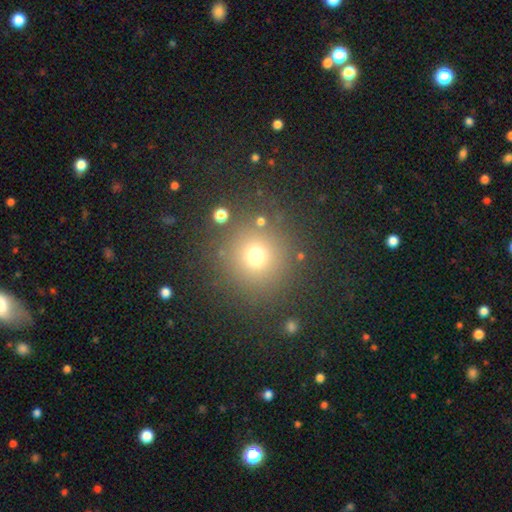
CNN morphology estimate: smooth-or-featured: smooth: 71% | star or artifact: 20% | featured or disk: 9%
  how-rounded: round: 94% | in between: 6% | cigar-shaped: 1%
  merging: none: 84% | minor disturbance: 8% | major disturbance: 4% | merger: 4%